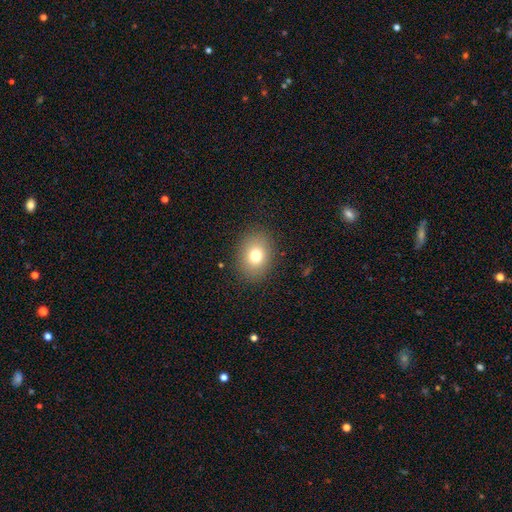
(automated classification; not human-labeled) Smooth or featured: smooth — 77% (star or artifact — 11%)
How rounded: in between — 56% (round — 43%)
Merging: none — 87% (minor disturbance — 9%)